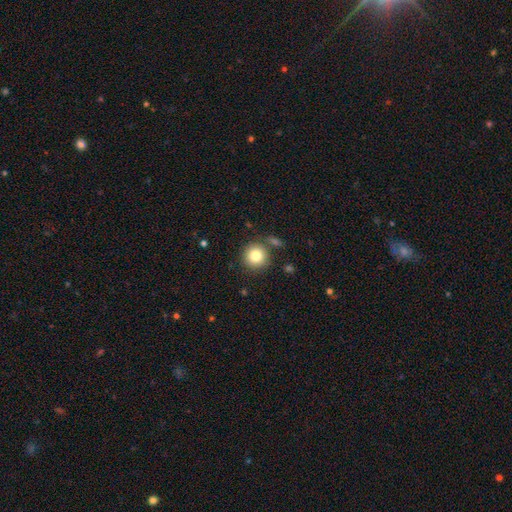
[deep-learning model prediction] This appears to be a smooth galaxy with no disk features (83%) that is round (93%). Merging: none (80%).